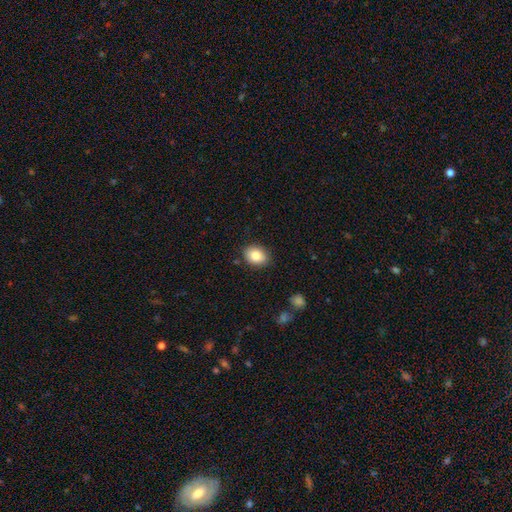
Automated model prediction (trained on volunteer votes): This is clearly a smooth galaxy (84%). How rounded: likely in between (65%). Merging: clearly none (86%).